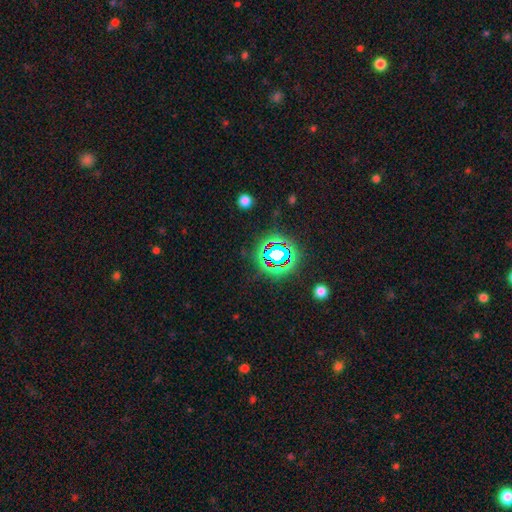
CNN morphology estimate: Overall: star or artifact (80%).